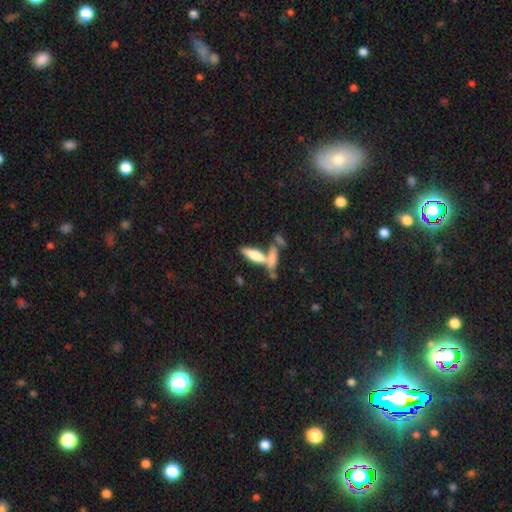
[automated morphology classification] smooth-or-featured: smooth: 71% | featured or disk: 22% | star or artifact: 8%
  how-rounded: cigar-shaped: 49% (tied) | in between: 49% (tied) | round: 2%
  merging: merger: 44% | none: 40% | minor disturbance: 11% | major disturbance: 6%